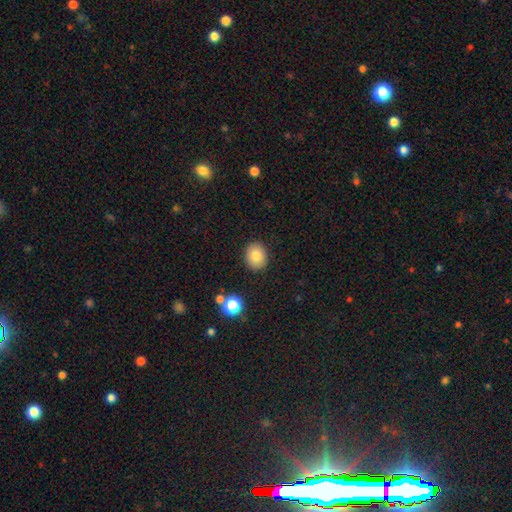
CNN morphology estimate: A smooth galaxy with no disk features (81%) that is round (62%). Merging: none (89%).